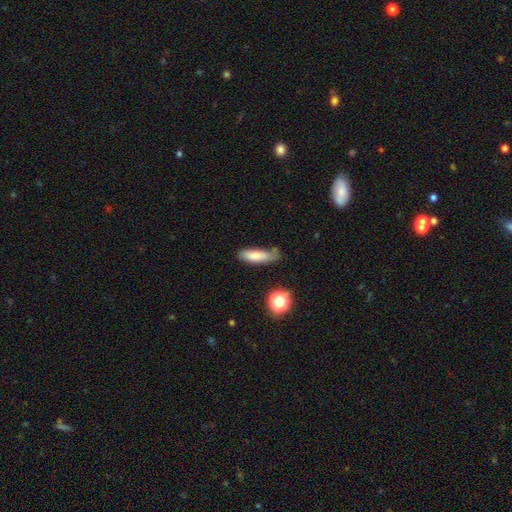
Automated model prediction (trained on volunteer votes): Morphology: type=smooth (78%); roundness=cigar-shaped (53%); merging=none (54%).